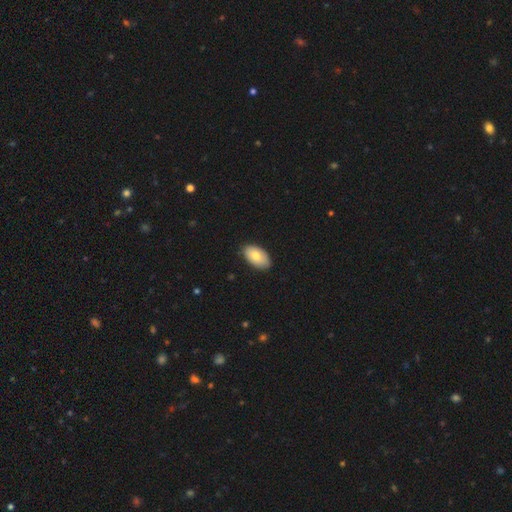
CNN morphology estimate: smooth_or_featured: smooth (p=0.77) [alt: featured or disk p=0.17]
how_rounded: in between (p=0.95) [alt: round p=0.04]
merging: none (p=0.84) [alt: minor disturbance p=0.13]